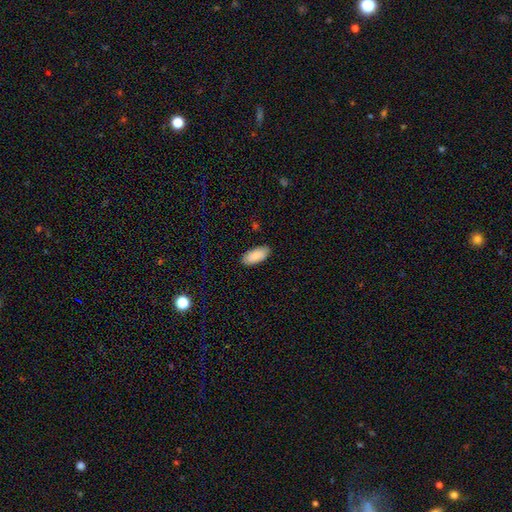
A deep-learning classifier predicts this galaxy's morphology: A smooth galaxy with no disk features (88%) that is in between round and cigar-shaped (91%).

Vote fractions:
- Smooth or featured? smooth: 88% / star or artifact: 6% / featured or disk: 6%
- How rounded? in between: 91% / cigar-shaped: 8% / round: 2%
- Merging? none: 87% / minor disturbance: 10% / major disturbance: 2% / merger: 1%